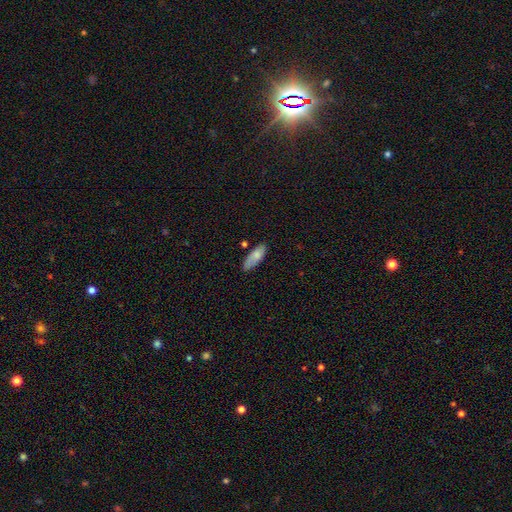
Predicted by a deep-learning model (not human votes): Smooth or featured: smooth — 77% (featured or disk — 16%)
How rounded: in between — 72% (cigar-shaped — 26%)
Merging: none — 70% (minor disturbance — 22%)